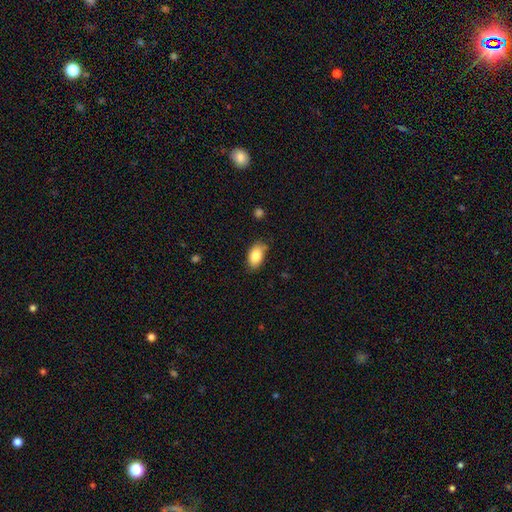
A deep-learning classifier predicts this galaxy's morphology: Overall: smooth (83%). How rounded: in between (92%). Merging: none (77%).